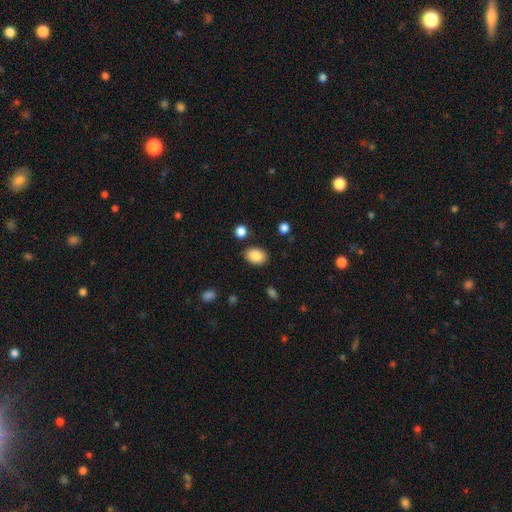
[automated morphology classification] A smooth galaxy with no disk features (87%) that is in between round and cigar-shaped (74%).

Vote fractions:
- Smooth or featured? smooth: 87% / star or artifact: 8% / featured or disk: 5%
- How rounded? in between: 74% / round: 25% / cigar-shaped: 1%
- Merging? none: 83% / minor disturbance: 11% / merger: 3% / major disturbance: 3%